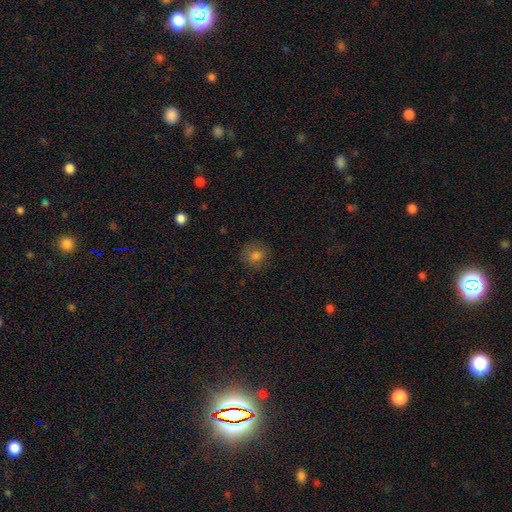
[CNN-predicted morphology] The model was most divided on "how rounded": round: 76%, in between: 23%, cigar-shaped: 1%. More confident: merging — none (80%); smooth or featured — smooth (78%).